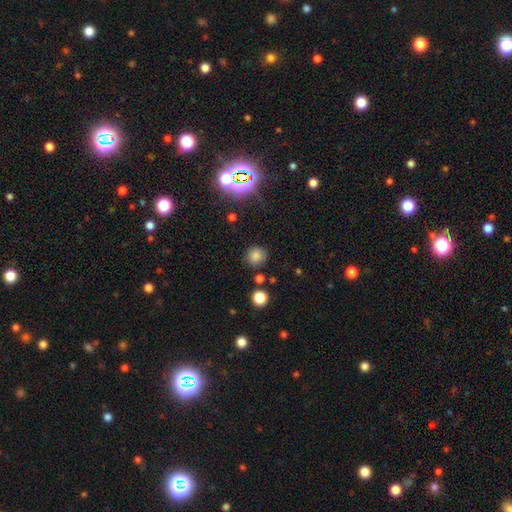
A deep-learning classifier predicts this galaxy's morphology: smooth 78%, star or artifact 16%, featured or disk 6%. Down the decision tree: how rounded — round (91%); merging — none (83%).